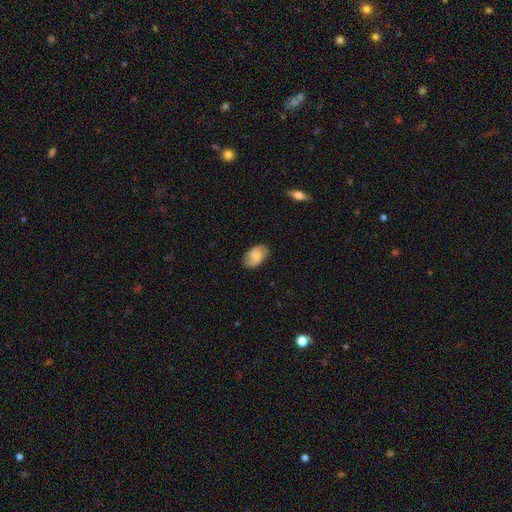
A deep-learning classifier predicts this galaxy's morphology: Smooth or featured: smooth — 69% (featured or disk — 24%)
How rounded: in between — 91% (round — 8%)
Merging: none — 81% (minor disturbance — 15%)